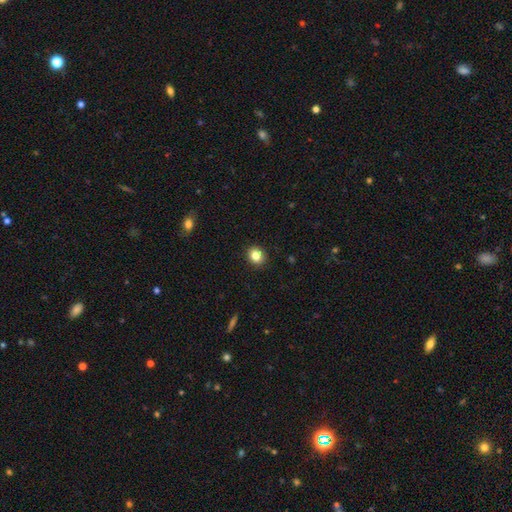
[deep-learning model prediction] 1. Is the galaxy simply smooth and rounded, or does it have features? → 83% smooth, 11% star or artifact, 6% featured or disk.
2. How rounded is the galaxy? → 77% round, 22% in between, 1% cigar-shaped.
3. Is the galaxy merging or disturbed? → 91% none, 6% minor disturbance, 2% major disturbance, 1% merger.